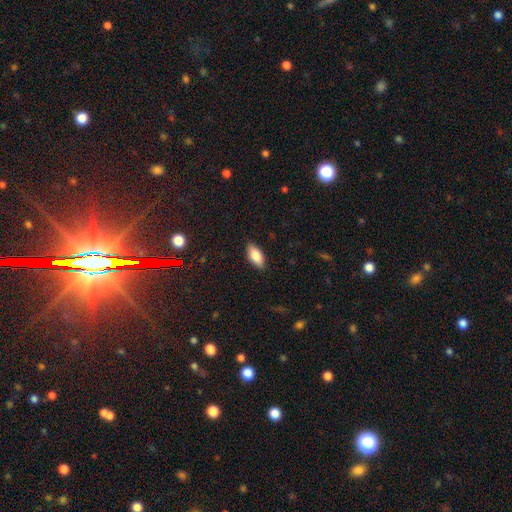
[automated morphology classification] The model was most divided on "smooth or featured": smooth: 83%, featured or disk: 10%, star or artifact: 7%. More confident: how rounded — in between (88%); merging — none (88%).